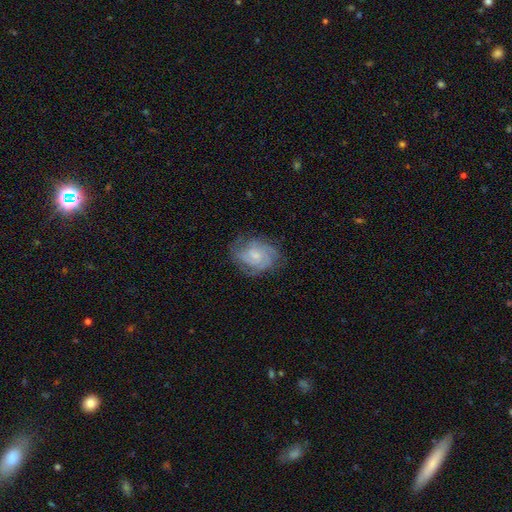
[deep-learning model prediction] smooth_or_featured: featured or disk (p=0.76) [alt: smooth p=0.17]
disk_edge_on: no (p=0.98) [alt: yes p=0.02]
bar: no (p=0.59) [alt: weak p=0.35]
has_spiral_arms: yes (p=0.93) [alt: no p=0.07]
spiral_winding: tight (p=0.59) [alt: medium p=0.33]
spiral_arm_count: can't tell (p=0.33) [alt: 3 p=0.22]
bulge_size: small (p=0.61) [alt: moderate p=0.26]
merging: none (p=0.71) [alt: minor disturbance p=0.20]